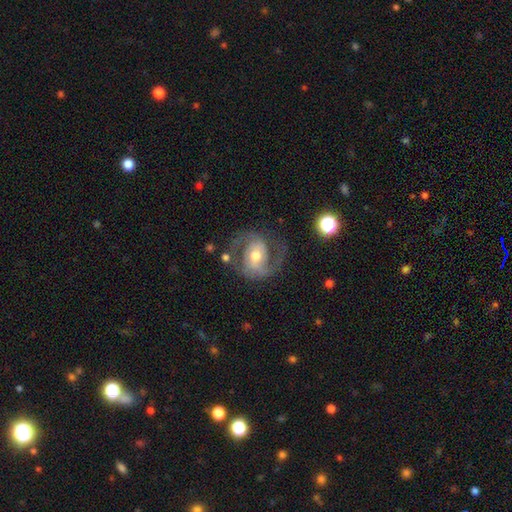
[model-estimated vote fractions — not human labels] Smooth or featured?
  - featured or disk: 85% *
  - smooth: 9%
  - star or artifact: 6%
Edge-on disk?
  - no: 98% *
  - yes: 2%
Bar?
  - weak: 41% *
  - no: 38%
  - strong: 22%
Spiral arms?
  - yes: 94% *
  - no: 6%
Spiral winding?
  - medium: 57% *
  - tight: 23%
  - loose: 20%
Spiral arm count?
  - 2: 90% *
  - can't tell: 4%
  - 1: 3%
  - 3: 2%
  - 4: 1%
  - more than 4: 1%
Bulge size?
  - moderate: 69% *
  - small: 23%
  - large: 6%
  - none: 1%
  - dominant: 1%
Merging?
  - none: 72% *
  - minor disturbance: 15%
  - major disturbance: 10%
  - merger: 2%